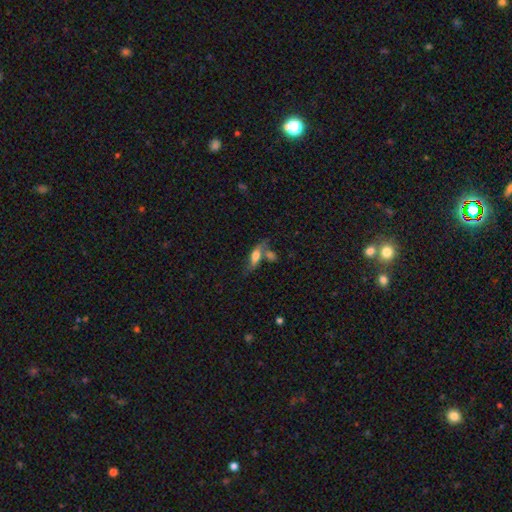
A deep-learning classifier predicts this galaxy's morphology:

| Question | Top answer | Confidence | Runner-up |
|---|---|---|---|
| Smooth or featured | smooth | 51% | featured or disk (39%) |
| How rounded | in between | 60% | cigar-shaped (35%) |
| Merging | none | 42% | merger (32%) |